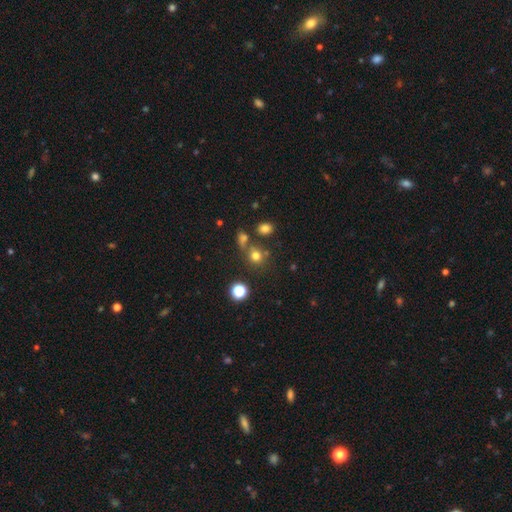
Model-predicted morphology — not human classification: This appears to be a smooth galaxy with no disk features (71%) that is round (83%). Merging: none (64%).